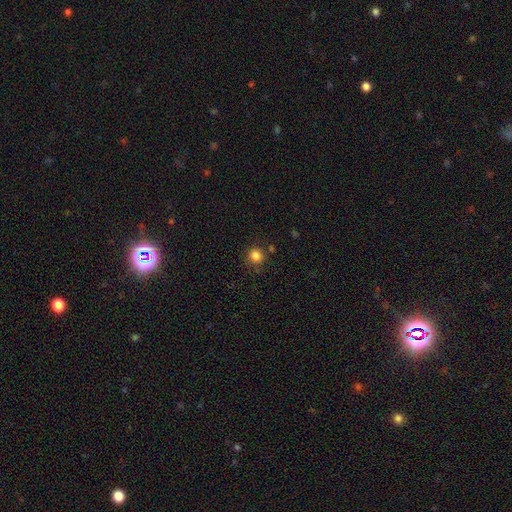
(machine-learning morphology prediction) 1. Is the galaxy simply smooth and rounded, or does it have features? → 84% smooth, 12% star or artifact, 4% featured or disk.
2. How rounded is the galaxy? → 93% round, 6% in between, 1% cigar-shaped.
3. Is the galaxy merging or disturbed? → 82% none, 10% minor disturbance, 4% merger, 3% major disturbance.